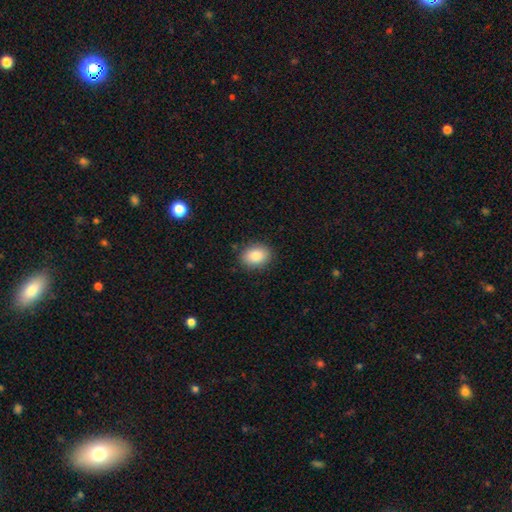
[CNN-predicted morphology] This appears to be a smooth galaxy with no disk features (87%) that is in between round and cigar-shaped (70%). Merging: none (87%).